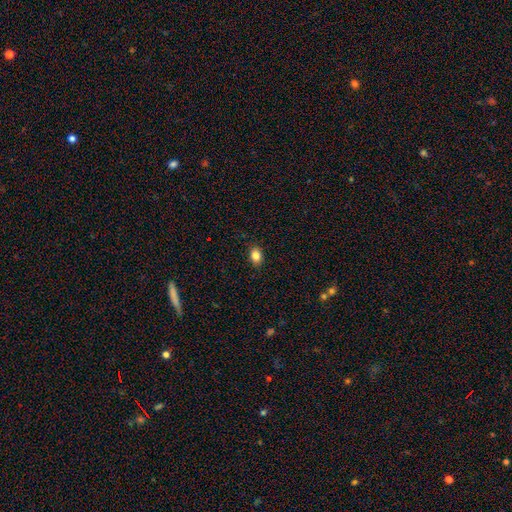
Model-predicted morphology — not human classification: Q: Smooth or featured?
A: smooth (84%); runner-up: star or artifact (10%)
Q: How rounded?
A: in between (72%); runner-up: round (26%)
Q: Merging?
A: none (89%); runner-up: minor disturbance (8%)